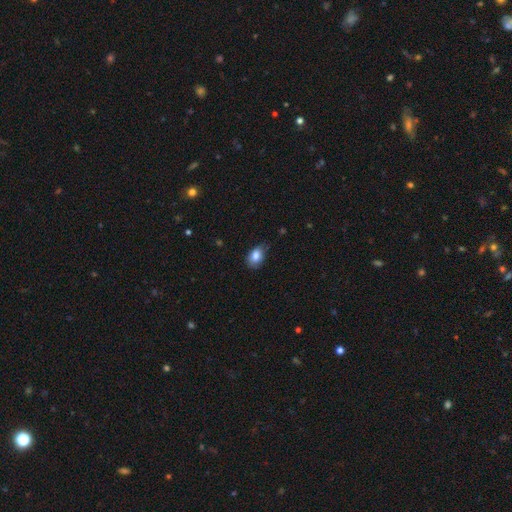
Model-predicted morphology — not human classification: Smooth or featured? smooth (83%)
How rounded? in between (80%)
Merging? none (62%)